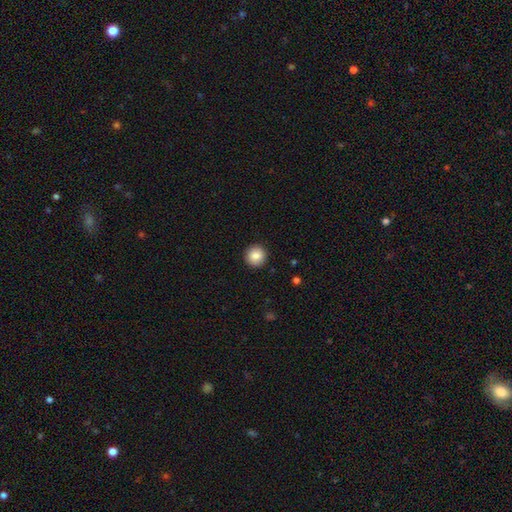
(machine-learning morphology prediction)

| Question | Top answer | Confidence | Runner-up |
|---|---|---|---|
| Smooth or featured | smooth | 86% | star or artifact (8%) |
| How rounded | round | 95% | in between (4%) |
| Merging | none | 92% | minor disturbance (5%) |